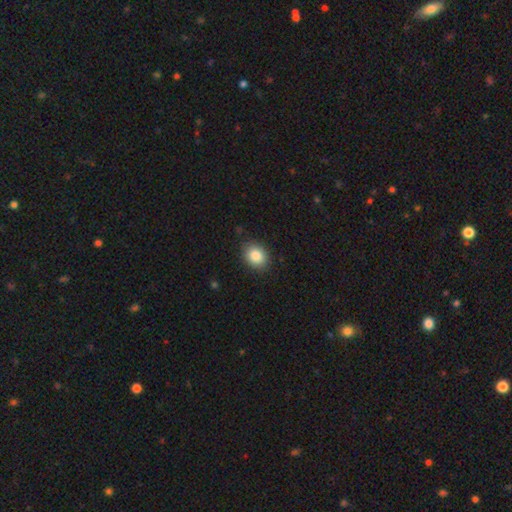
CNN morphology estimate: The model was most divided on "how rounded": in between: 55%, round: 45%, cigar-shaped: 1%. More confident: merging — none (87%); smooth or featured — smooth (86%).